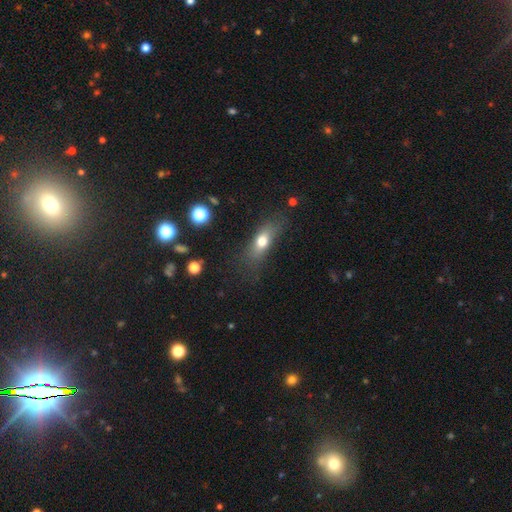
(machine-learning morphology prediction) smooth-or-featured: smooth: 44% | star or artifact: 32% | featured or disk: 25%
  merging: none: 73% | minor disturbance: 15% | major disturbance: 8% | merger: 4%